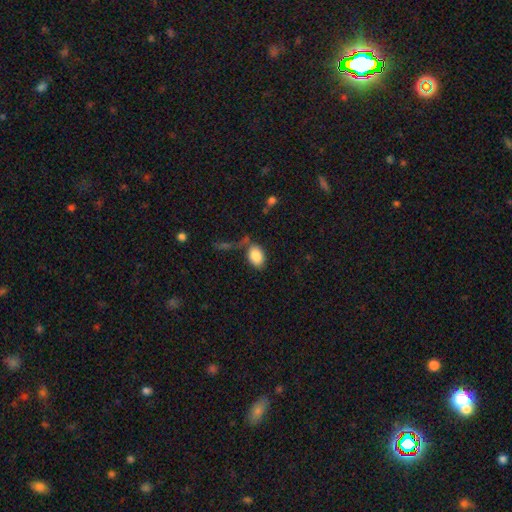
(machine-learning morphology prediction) Smooth or featured? Predicted: smooth (p=0.86). How rounded? Predicted: in between (p=0.85). Merging? Predicted: none (p=0.60).